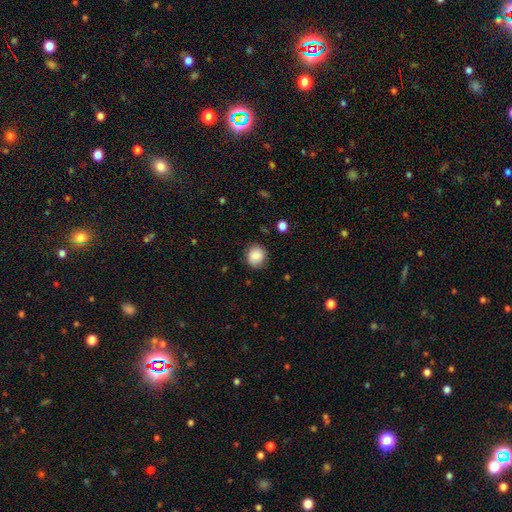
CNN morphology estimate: smooth-or-featured: smooth: 85% | star or artifact: 8% | featured or disk: 7%
  how-rounded: round: 84% | in between: 15% | cigar-shaped: 1%
  merging: none: 84% | minor disturbance: 12% | major disturbance: 3% | merger: 1%